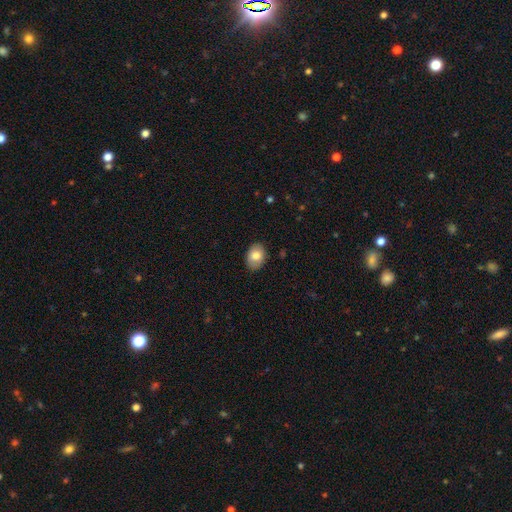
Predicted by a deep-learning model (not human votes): Q: Smooth or featured?
A: smooth (80%); runner-up: featured or disk (13%)
Q: How rounded?
A: in between (78%); runner-up: round (21%)
Q: Merging?
A: none (86%); runner-up: minor disturbance (11%)